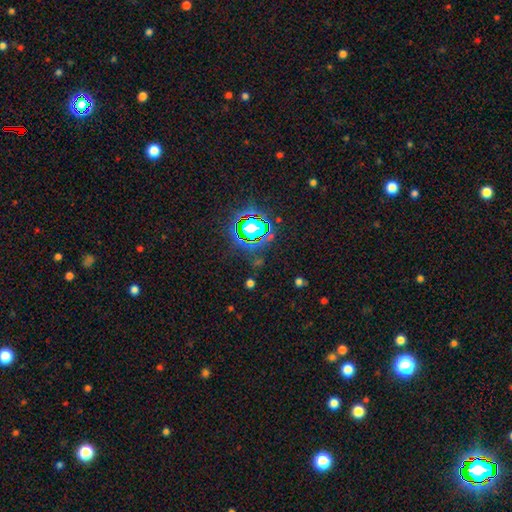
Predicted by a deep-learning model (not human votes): This is likely a star or artifact rather than a galaxy (80%).